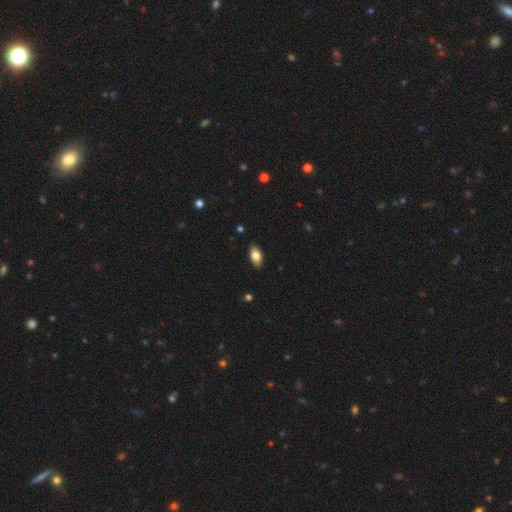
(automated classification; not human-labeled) This is likely a smooth galaxy (78%). How rounded: clearly in between (91%). Merging: clearly none (88%).